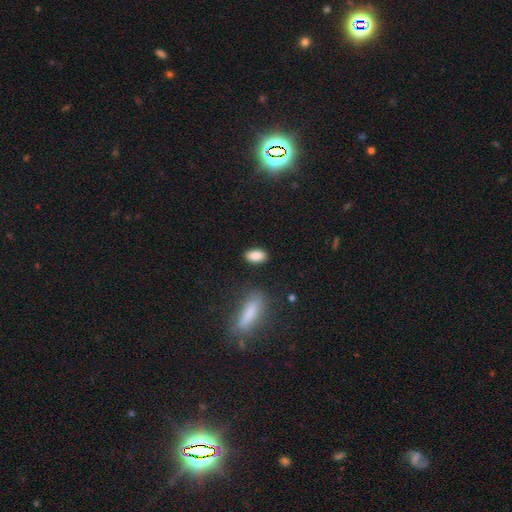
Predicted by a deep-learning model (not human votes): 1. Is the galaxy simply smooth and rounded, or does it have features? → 86% smooth, 8% star or artifact, 6% featured or disk.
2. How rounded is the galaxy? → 89% in between, 6% round, 5% cigar-shaped.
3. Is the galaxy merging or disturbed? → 86% none, 9% minor disturbance, 2% major disturbance, 2% merger.